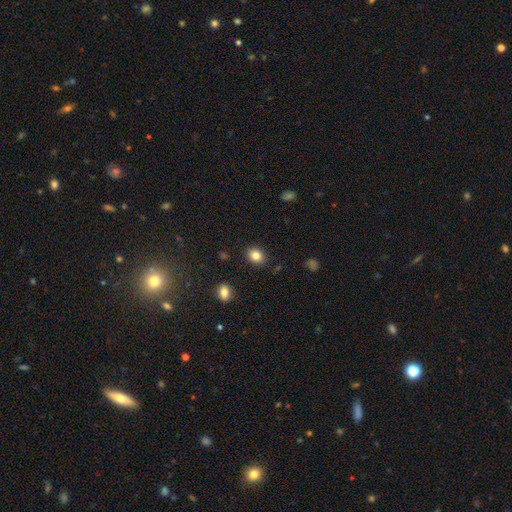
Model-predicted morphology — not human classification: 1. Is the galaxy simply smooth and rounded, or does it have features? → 84% smooth, 10% star or artifact, 6% featured or disk.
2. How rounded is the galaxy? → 51% in between, 49% round, 1% cigar-shaped.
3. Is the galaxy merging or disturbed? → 88% none, 8% minor disturbance, 2% major disturbance, 1% merger.